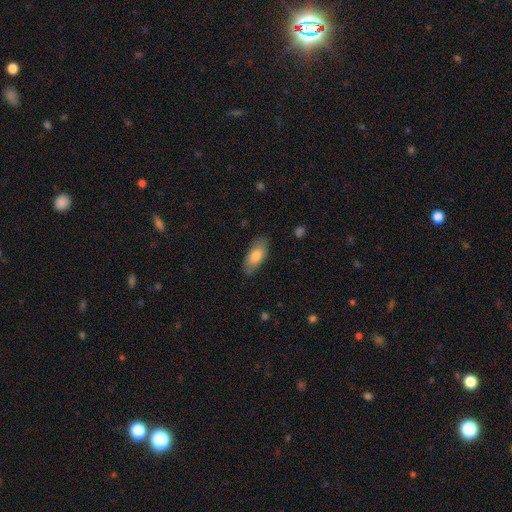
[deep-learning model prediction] Morphology: type=smooth (77%); roundness=in between (88%); merging=none (81%).